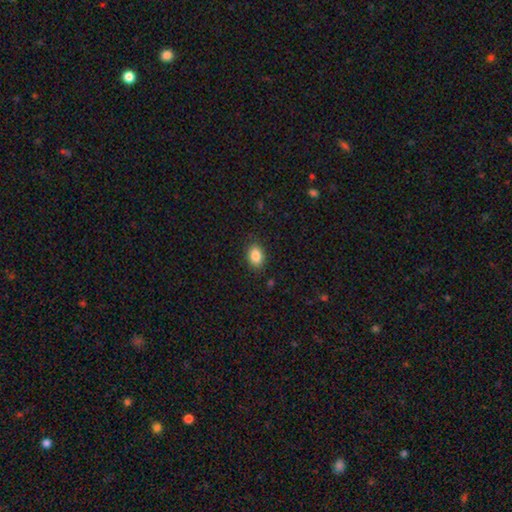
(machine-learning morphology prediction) Smooth or featured? smooth (86%)
How rounded? in between (80%)
Merging? none (85%)